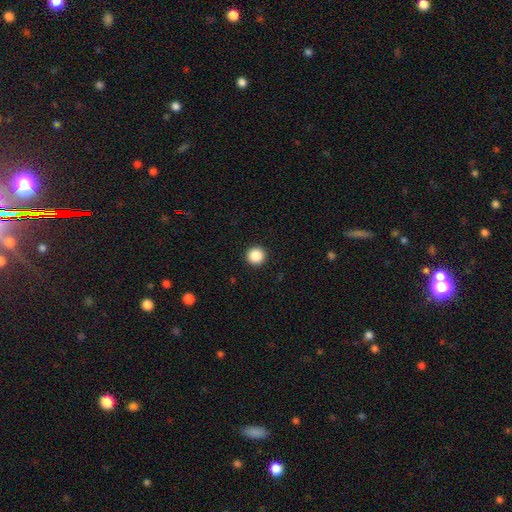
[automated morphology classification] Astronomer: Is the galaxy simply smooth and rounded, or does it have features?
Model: smooth — 87%.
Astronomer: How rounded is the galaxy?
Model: round — 96%.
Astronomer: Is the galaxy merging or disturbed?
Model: none — 94%.